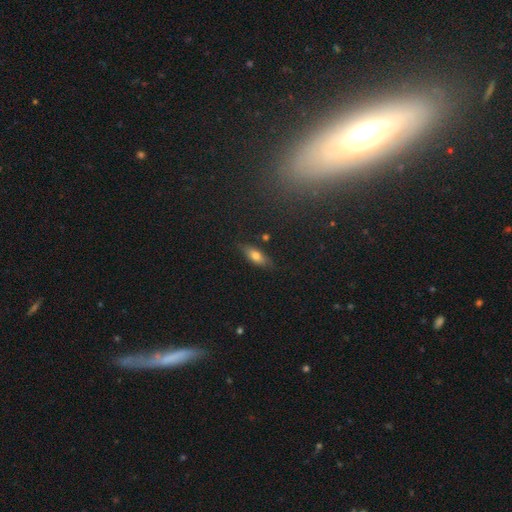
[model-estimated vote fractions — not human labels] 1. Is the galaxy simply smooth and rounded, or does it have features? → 72% smooth, 20% featured or disk, 8% star or artifact.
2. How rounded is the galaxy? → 74% in between, 22% cigar-shaped, 3% round.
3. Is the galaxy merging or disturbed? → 80% none, 14% minor disturbance, 3% major disturbance, 2% merger.